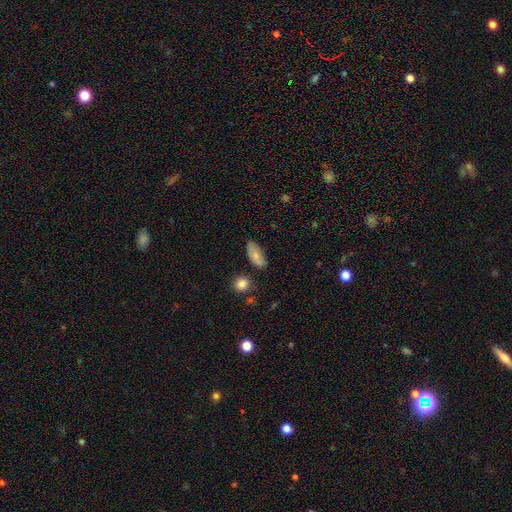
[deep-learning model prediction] Smooth or featured?
  - smooth: 74% *
  - featured or disk: 19%
  - star or artifact: 7%
How rounded?
  - in between: 86% *
  - cigar-shaped: 11%
  - round: 4%
Merging?
  - none: 66% *
  - minor disturbance: 25%
  - major disturbance: 5%
  - merger: 4%